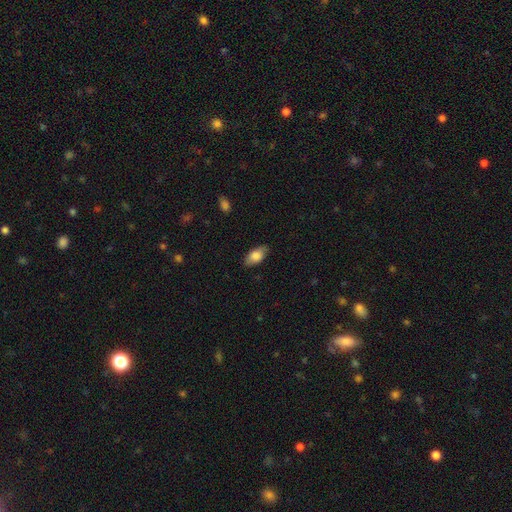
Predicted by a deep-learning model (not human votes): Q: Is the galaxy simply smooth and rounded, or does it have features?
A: smooth — 80%.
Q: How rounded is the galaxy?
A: in between — 90%.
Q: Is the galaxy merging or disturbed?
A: none — 83%.